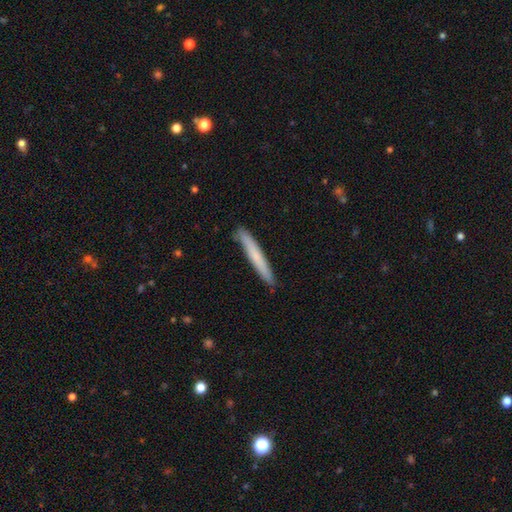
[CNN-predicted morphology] A smooth galaxy with no disk features (66%) that is cigar-shaped (96%). Merging: none (87%).